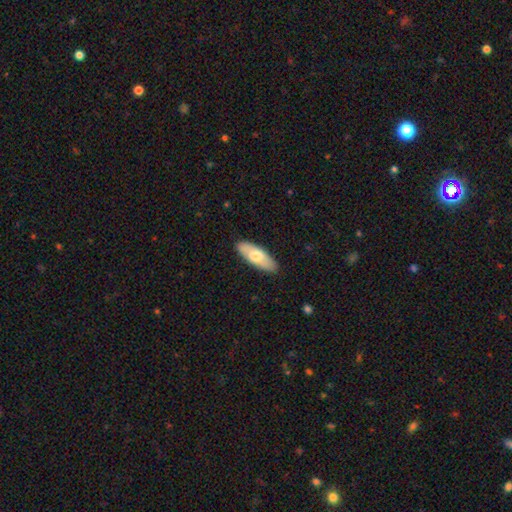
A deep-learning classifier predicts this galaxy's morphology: Smooth or featured: smooth — 65% (featured or disk — 30%)
How rounded: in between — 69% (cigar-shaped — 29%)
Merging: none — 86% (minor disturbance — 11%)